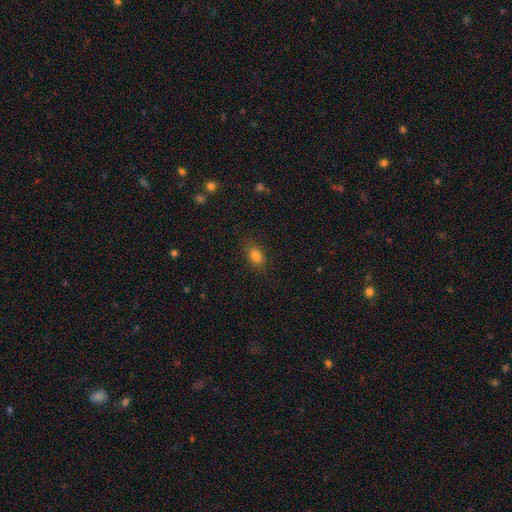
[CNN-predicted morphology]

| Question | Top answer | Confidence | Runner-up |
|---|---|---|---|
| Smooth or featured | smooth | 81% | star or artifact (12%) |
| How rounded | in between | 75% | round (22%) |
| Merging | none | 84% | minor disturbance (12%) |